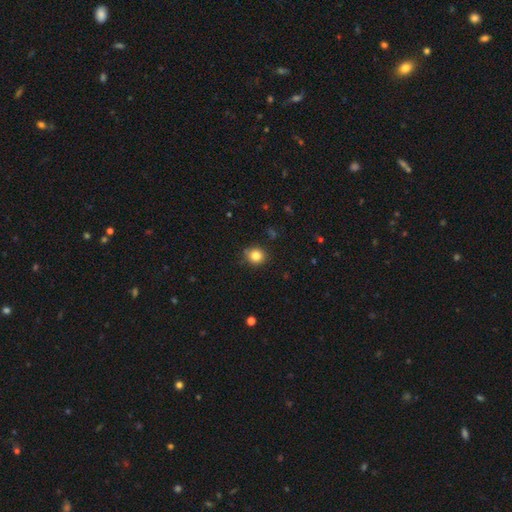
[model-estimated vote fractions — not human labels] Smooth or featured? Predicted: smooth (p=0.83). How rounded? Predicted: round (p=0.83). Merging? Predicted: none (p=0.82).